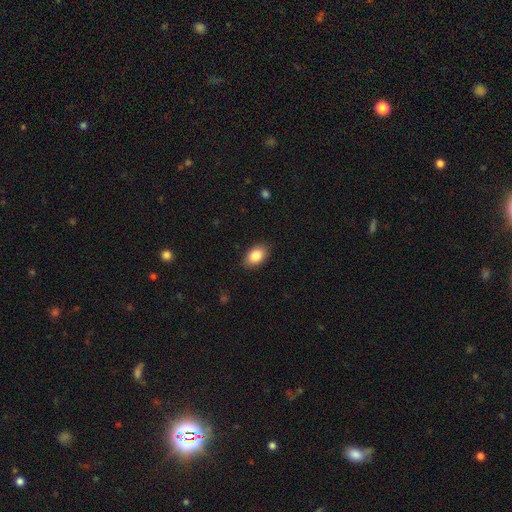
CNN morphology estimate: This is clearly a smooth galaxy (86%). How rounded: clearly in between (88%). Merging: clearly none (86%).